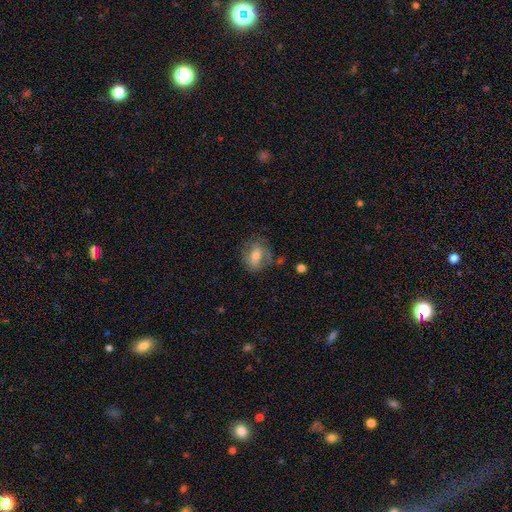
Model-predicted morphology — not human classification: type=smooth (58%); roundness=in between (51%); merging=none (64%).